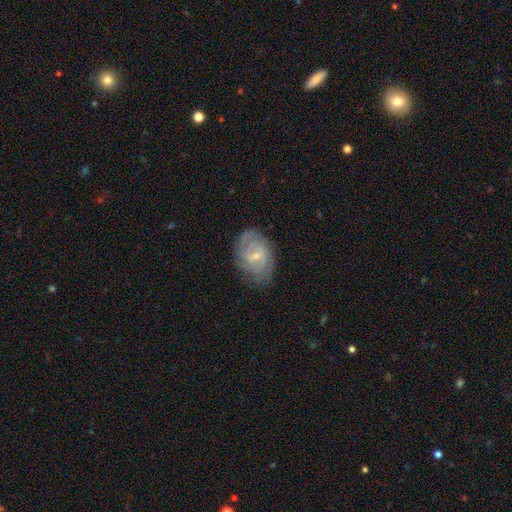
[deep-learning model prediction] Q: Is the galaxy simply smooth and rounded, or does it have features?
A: featured or disk — 76%.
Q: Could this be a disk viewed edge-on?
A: no — 97%.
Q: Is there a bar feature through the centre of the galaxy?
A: weak — 55%.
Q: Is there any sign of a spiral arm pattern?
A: yes — 91%.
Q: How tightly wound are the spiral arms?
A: tight — 53%.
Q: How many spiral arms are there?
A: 2 — 38%.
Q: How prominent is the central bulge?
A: small — 70%.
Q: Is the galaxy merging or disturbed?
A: none — 72%.